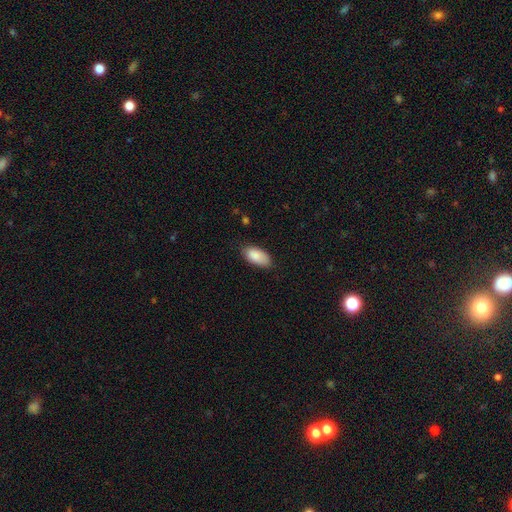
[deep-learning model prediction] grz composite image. It shows a smooth galaxy with no disk features (88%) that is in between round and cigar-shaped (93%). Merging: none (75%).